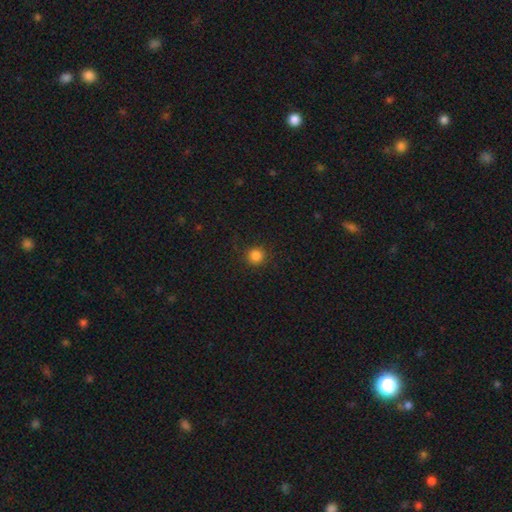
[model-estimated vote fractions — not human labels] Morphology: type=smooth (84%); roundness=round (95%); merging=none (90%).